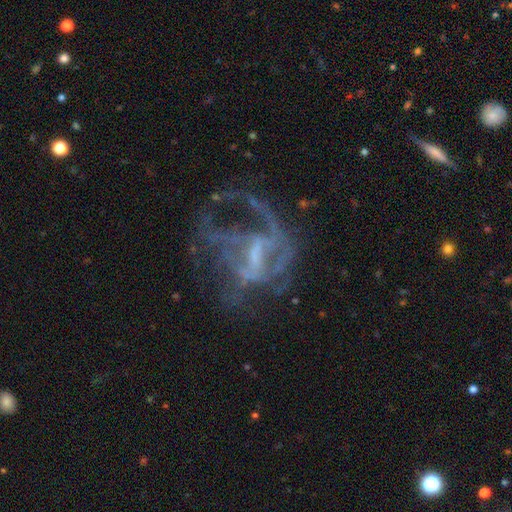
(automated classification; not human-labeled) smooth_or_featured: featured or disk (p=0.77) [alt: star or artifact p=0.13]
disk_edge_on: no (p=0.97) [alt: yes p=0.03]
bar: weak (p=0.42) [alt: no p=0.33]
has_spiral_arms: yes (p=0.61) [alt: no p=0.39]
bulge_size: none (p=0.38) [alt: small p=0.36]
merging: major disturbance (p=0.48) [alt: none p=0.34]